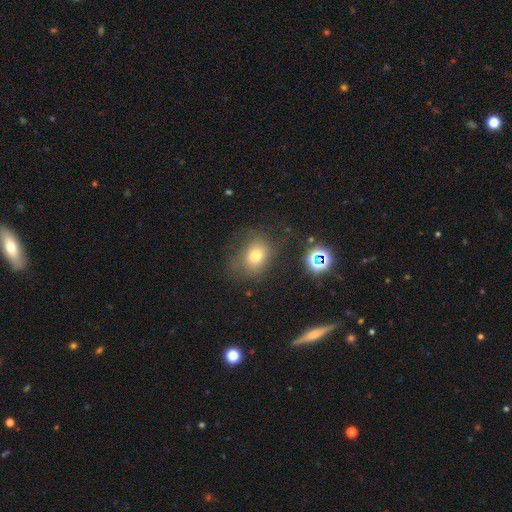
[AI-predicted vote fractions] Smooth or featured: smooth — 70% (star or artifact — 16%)
How rounded: in between — 54% (round — 45%)
Merging: none — 58% (minor disturbance — 23%)